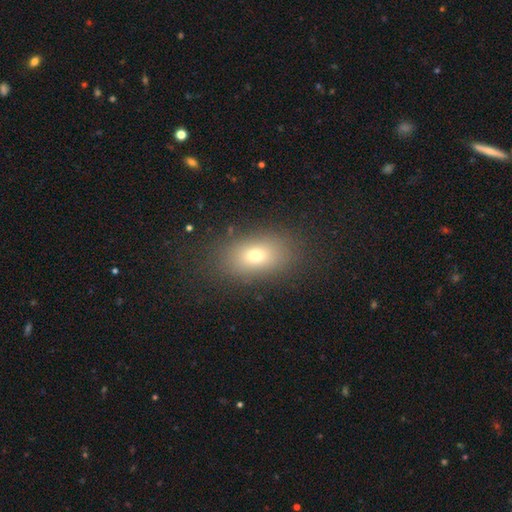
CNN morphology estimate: Smooth or featured? Predicted: smooth (p=0.70). How rounded? Predicted: in between (p=0.81). Merging? Predicted: none (p=0.84).